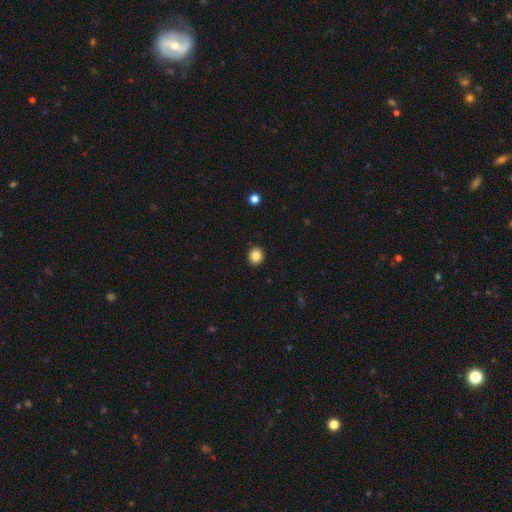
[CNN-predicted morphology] type=smooth (84%); roundness=round (81%); merging=none (91%).